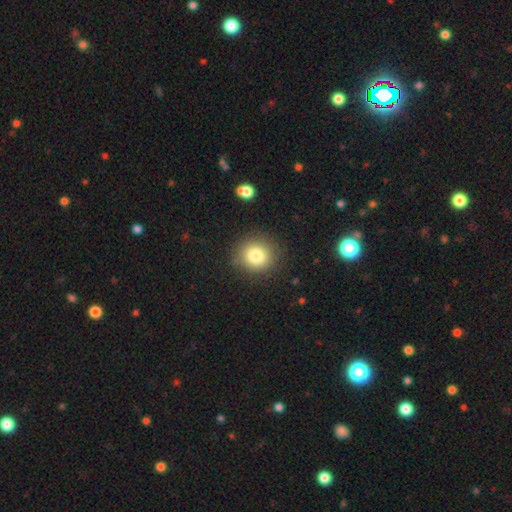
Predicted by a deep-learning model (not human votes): The model was most divided on "smooth or featured": smooth: 81%, star or artifact: 11%, featured or disk: 8%. More confident: how rounded — round (88%); merging — none (87%).